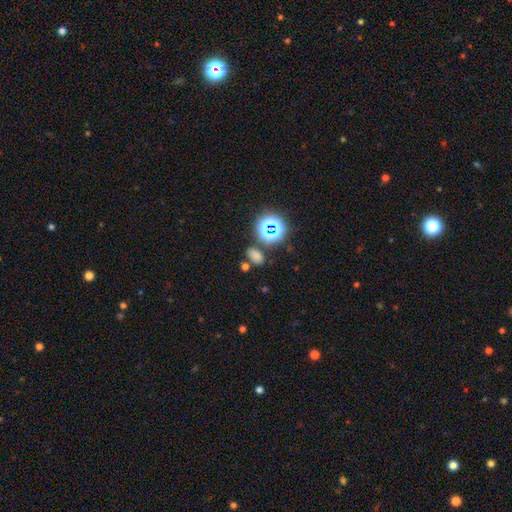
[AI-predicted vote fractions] Morphology: type=smooth (65%); roundness=in between (79%); merging=none (72%).